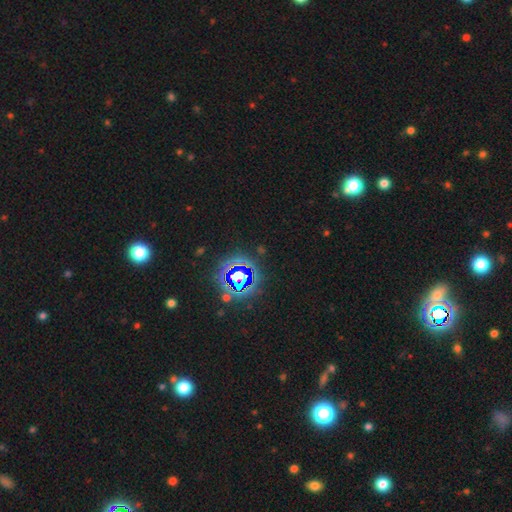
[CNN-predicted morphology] type=star or artifact (80%).